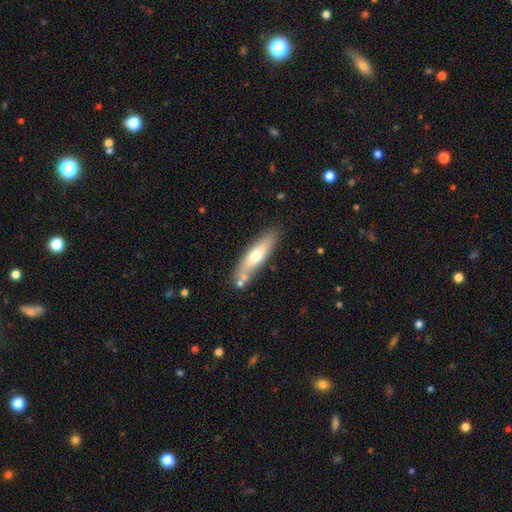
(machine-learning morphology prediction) smooth_or_featured: smooth (p=0.57) [alt: featured or disk p=0.37]
how_rounded: cigar-shaped (p=0.70) [alt: in between p=0.28]
merging: none (p=0.75) [alt: minor disturbance p=0.14]